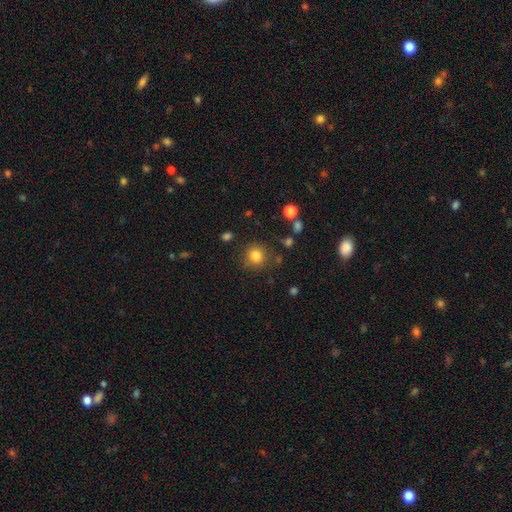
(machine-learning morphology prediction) Q: Smooth or featured?
A: smooth (82%); runner-up: star or artifact (12%)
Q: How rounded?
A: round (90%); runner-up: in between (9%)
Q: Merging?
A: none (81%); runner-up: minor disturbance (11%)